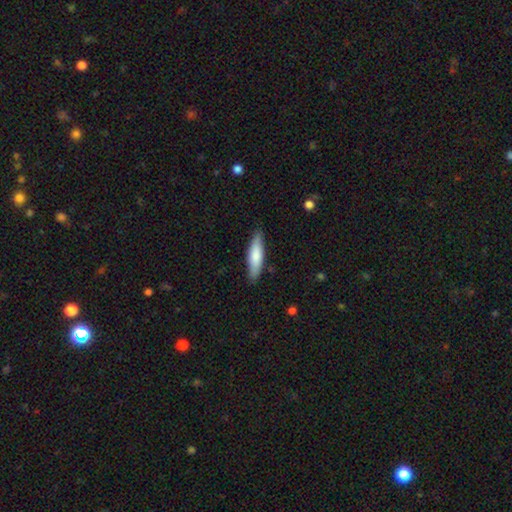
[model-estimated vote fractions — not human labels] smooth-or-featured: smooth: 75% | featured or disk: 19% | star or artifact: 5%
  how-rounded: cigar-shaped: 64% | in between: 35% | round: 1%
  merging: none: 85% | minor disturbance: 12% | major disturbance: 2% | merger: 1%